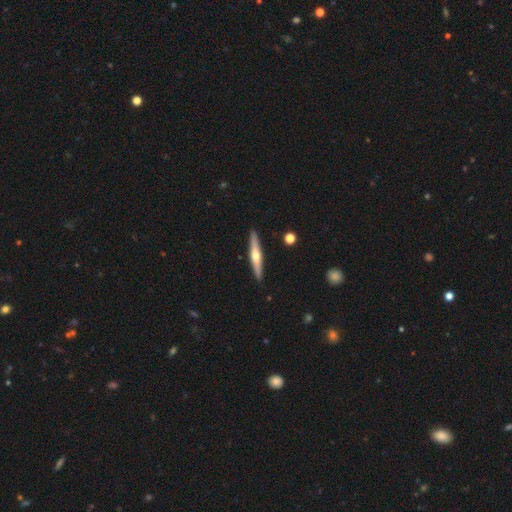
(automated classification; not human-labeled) A featured or disk galaxy (60%) viewed edge-on (96%) with a rounded central bulge (89%).

Vote fractions:
- Smooth or featured? featured or disk: 60% / smooth: 34% / star or artifact: 5%
- Edge-on disk? yes: 96% / no: 4%
- Edge-on bulge? rounded: 89% / none: 8% / boxy: 3%
- Merging? none: 91% / minor disturbance: 6% / merger: 1% / major disturbance: 1%